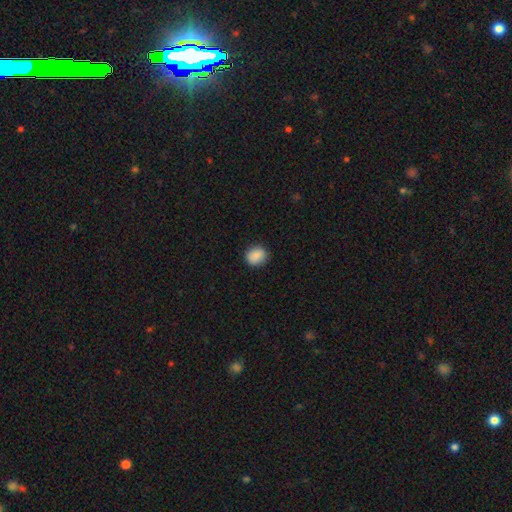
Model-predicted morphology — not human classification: smooth-or-featured: smooth: 88% | star or artifact: 8% | featured or disk: 3%
  how-rounded: round: 74% | in between: 25% | cigar-shaped: 1%
  merging: none: 88% | minor disturbance: 9% | major disturbance: 2% | merger: 1%